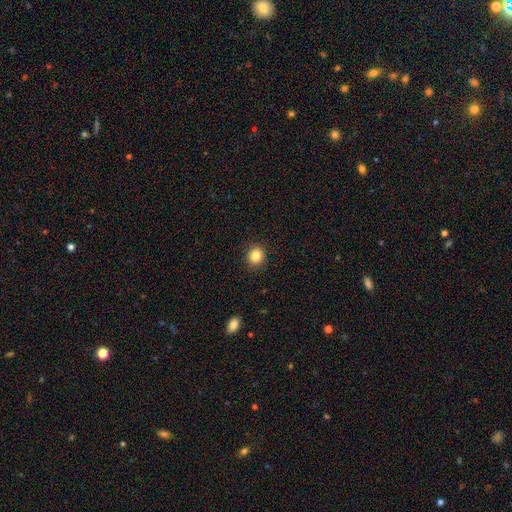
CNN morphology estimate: Smooth or featured?
  - smooth: 84% *
  - star or artifact: 11%
  - featured or disk: 5%
How rounded?
  - round: 84% *
  - in between: 15%
  - cigar-shaped: 1%
Merging?
  - none: 91% *
  - minor disturbance: 6%
  - major disturbance: 2%
  - merger: 1%